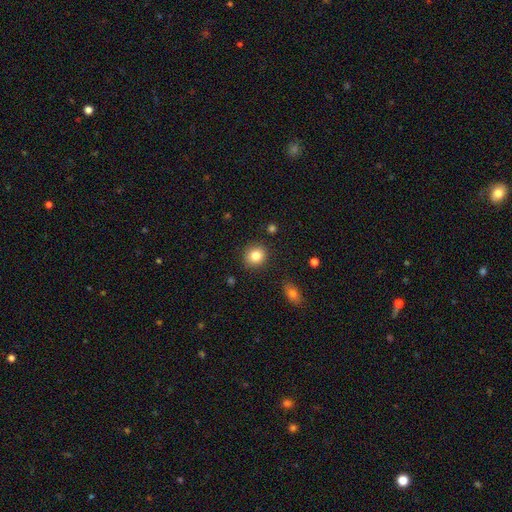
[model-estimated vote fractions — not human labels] Morphology: type=smooth (83%); roundness=round (81%); merging=none (88%).